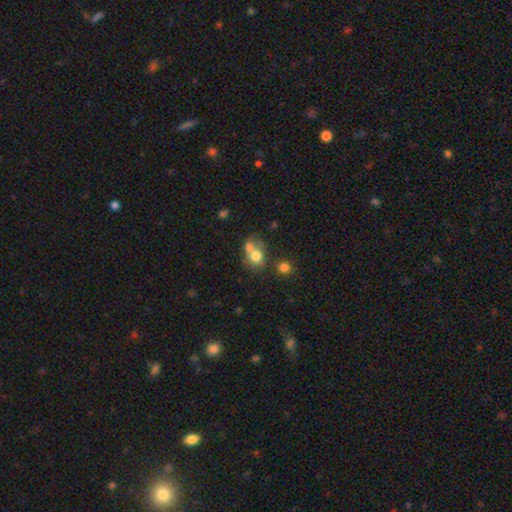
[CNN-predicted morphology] A smooth galaxy with no disk features (71%) that is round (62%).

Vote fractions:
- Smooth or featured? smooth: 71% / featured or disk: 18% / star or artifact: 11%
- How rounded? round: 62% / in between: 37% / cigar-shaped: 1%
- Merging? merger: 59% / none: 28% / minor disturbance: 8% / major disturbance: 5%